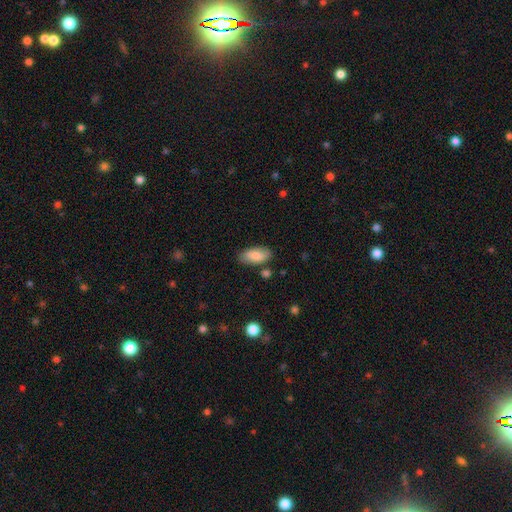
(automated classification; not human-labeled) Smooth or featured: smooth — 83% (featured or disk — 11%)
How rounded: in between — 92% (cigar-shaped — 6%)
Merging: none — 81% (minor disturbance — 13%)